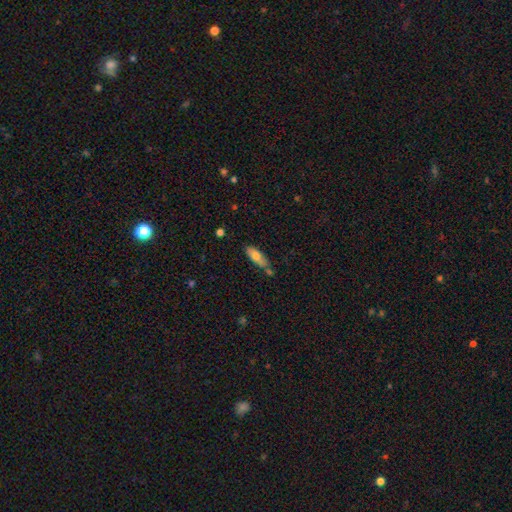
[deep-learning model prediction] Smooth or featured: smooth — 71% (featured or disk — 22%)
How rounded: in between — 62% (cigar-shaped — 36%)
Merging: none — 61% (minor disturbance — 22%)